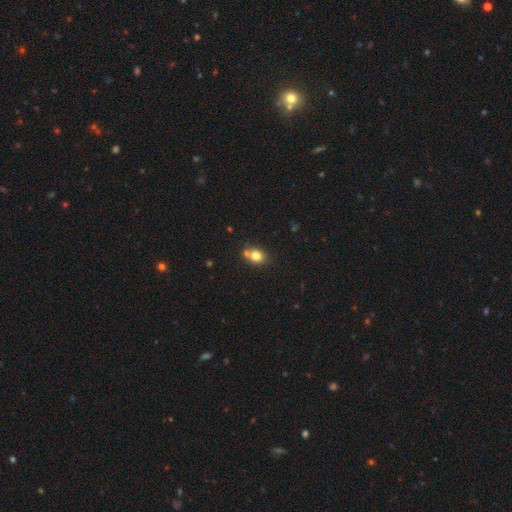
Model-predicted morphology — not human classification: type=smooth (79%); roundness=round (56%); merging=none (57%).